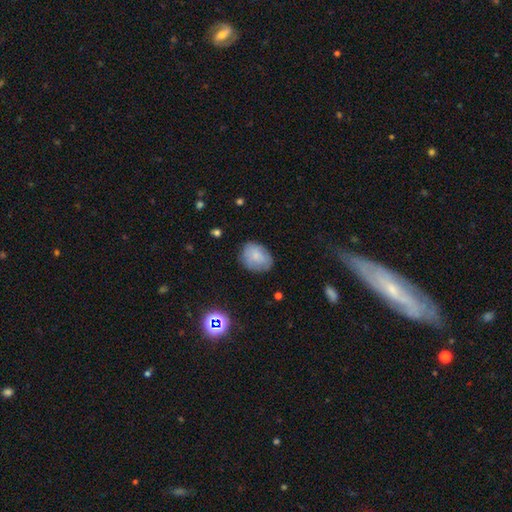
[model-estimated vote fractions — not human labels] A smooth galaxy with no disk features (73%) that is in between round and cigar-shaped (61%). Merging: none (72%).